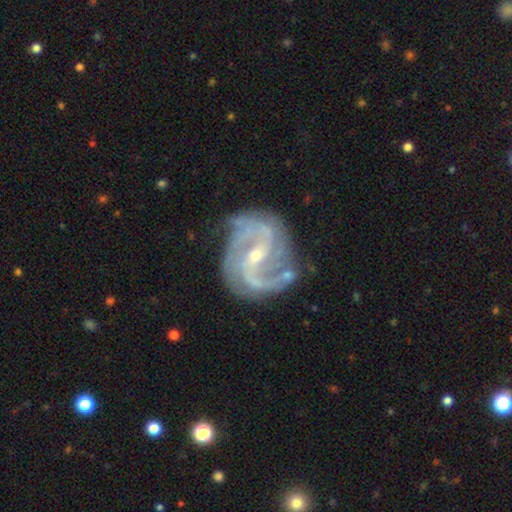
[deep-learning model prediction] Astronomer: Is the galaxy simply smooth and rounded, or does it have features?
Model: featured or disk — 92%.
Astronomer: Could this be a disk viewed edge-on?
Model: no — 98%.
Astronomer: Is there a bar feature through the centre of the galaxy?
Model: weak — 47% (runner-up: strong, 28%).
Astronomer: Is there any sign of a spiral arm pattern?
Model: yes — 98%.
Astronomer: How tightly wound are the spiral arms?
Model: medium — 54%.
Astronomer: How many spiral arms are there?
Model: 2 — 60%.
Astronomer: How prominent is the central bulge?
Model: small — 63%.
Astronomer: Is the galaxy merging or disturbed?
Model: none — 68%.